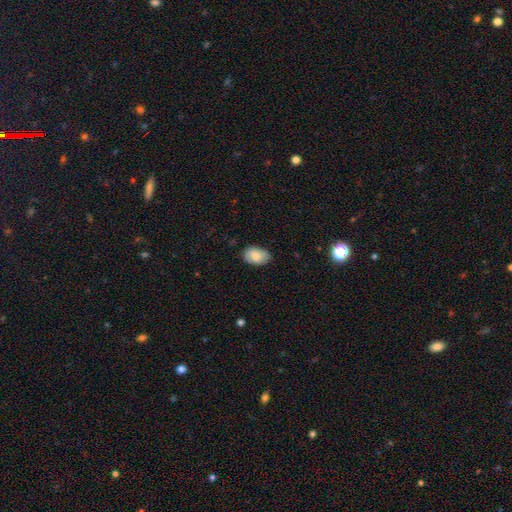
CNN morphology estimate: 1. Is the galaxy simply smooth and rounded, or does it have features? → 79% smooth, 14% featured or disk, 7% star or artifact.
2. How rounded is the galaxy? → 88% in between, 10% round, 1% cigar-shaped.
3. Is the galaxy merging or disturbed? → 75% none, 20% minor disturbance, 3% major disturbance, 1% merger.